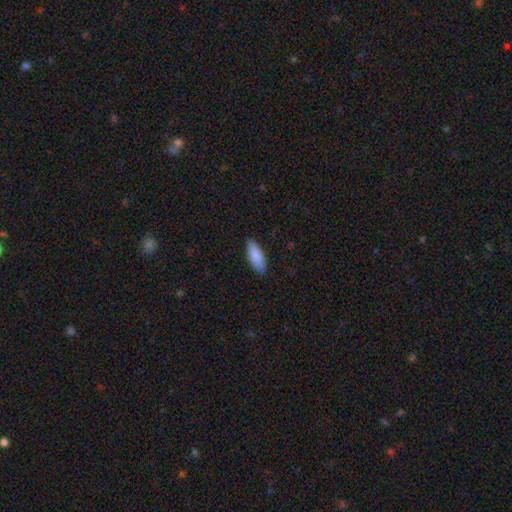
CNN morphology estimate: The model was most divided on "how rounded": in between: 74%, cigar-shaped: 25%, round: 2%. More confident: smooth or featured — smooth (87%); merging — none (86%).